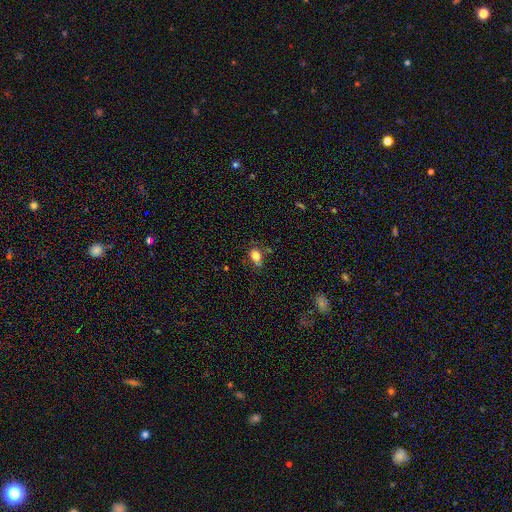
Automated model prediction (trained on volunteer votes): smooth-or-featured: smooth: 80% | featured or disk: 10% | star or artifact: 10%
  how-rounded: in between: 77% | round: 21% | cigar-shaped: 2%
  merging: none: 63% | minor disturbance: 25% | major disturbance: 7% | merger: 5%